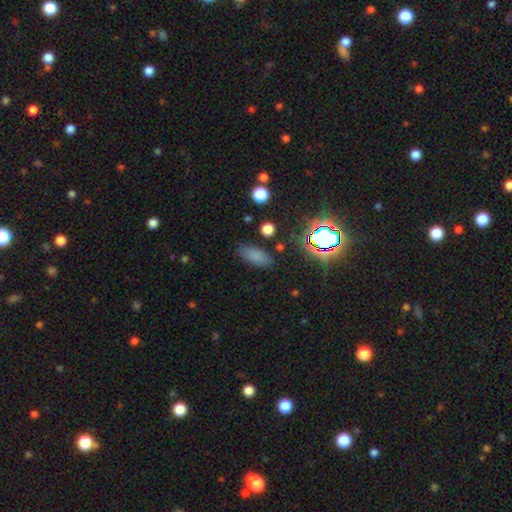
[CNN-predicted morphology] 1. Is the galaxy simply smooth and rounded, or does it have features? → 75% smooth, 17% star or artifact, 8% featured or disk.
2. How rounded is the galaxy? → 84% in between, 12% cigar-shaped, 5% round.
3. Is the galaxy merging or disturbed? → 81% none, 12% minor disturbance, 4% major disturbance, 3% merger.